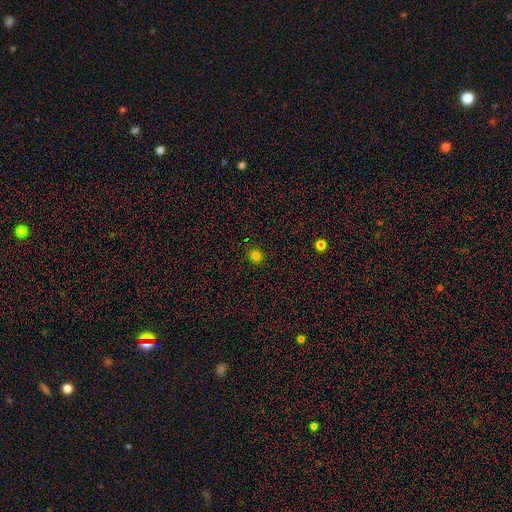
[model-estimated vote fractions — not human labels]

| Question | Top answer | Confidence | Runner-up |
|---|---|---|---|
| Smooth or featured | smooth | 80% | star or artifact (15%) |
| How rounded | round | 88% | in between (11%) |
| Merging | none | 91% | minor disturbance (6%) |